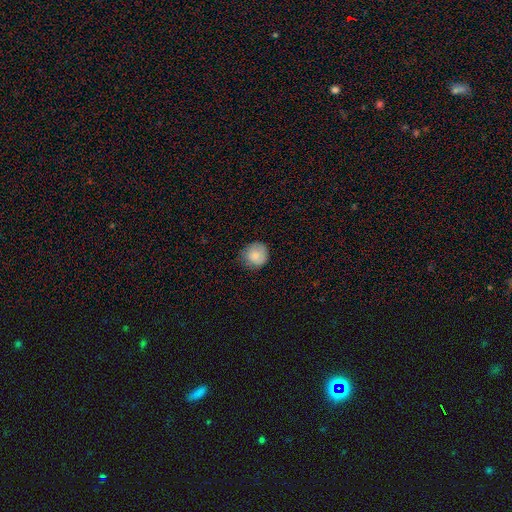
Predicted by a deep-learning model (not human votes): This appears to be a smooth galaxy with no disk features (84%) that is round (90%). Merging: none (69%).